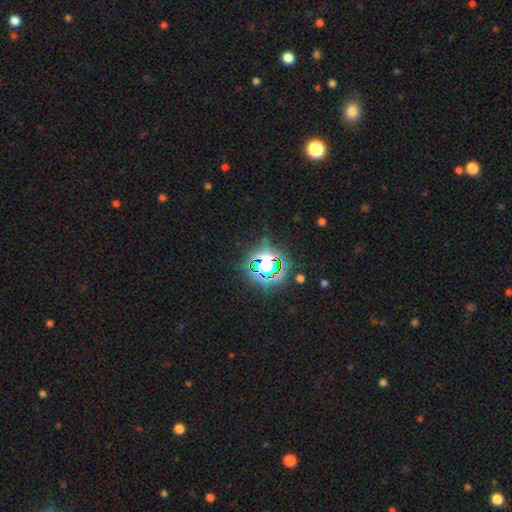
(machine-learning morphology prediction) star or artifact 77%, smooth 14%, featured or disk 8%.